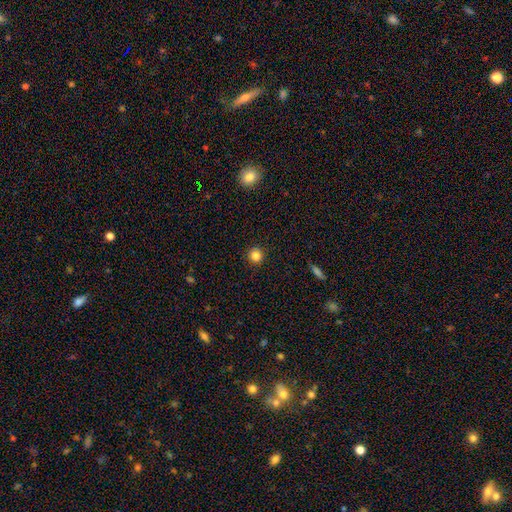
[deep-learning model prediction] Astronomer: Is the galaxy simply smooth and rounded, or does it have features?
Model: smooth — 83%.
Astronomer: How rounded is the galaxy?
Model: round — 94%.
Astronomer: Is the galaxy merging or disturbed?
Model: none — 92%.